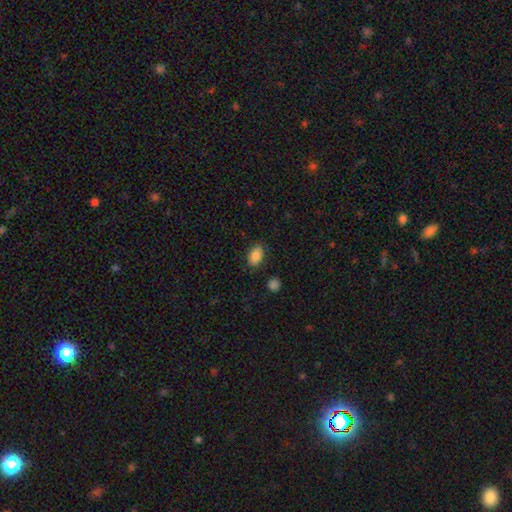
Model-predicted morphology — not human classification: This is clearly a smooth galaxy (85%). How rounded: clearly in between (88%). Merging: clearly none (84%).